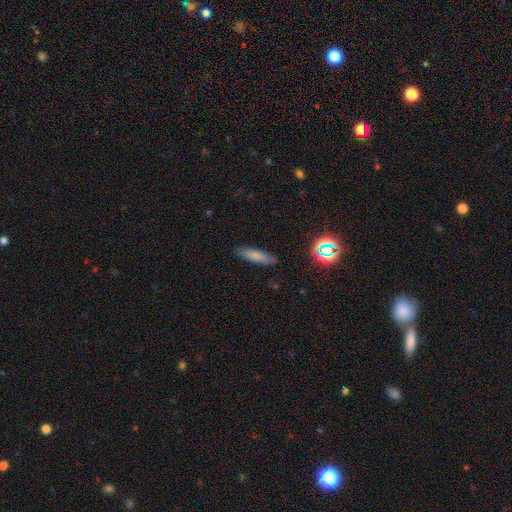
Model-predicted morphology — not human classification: This is likely a smooth galaxy (76%). How rounded: likely cigar-shaped (76%). Merging: clearly none (87%).